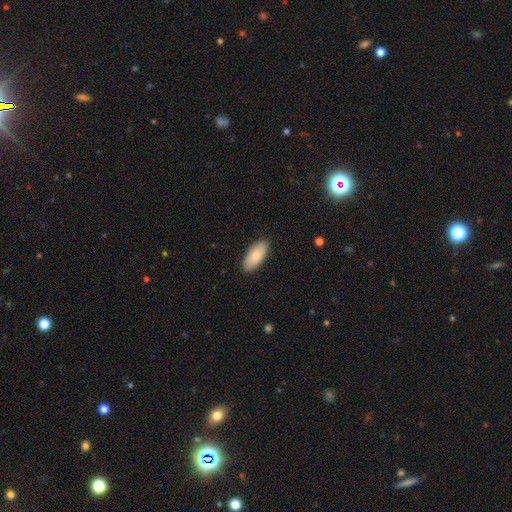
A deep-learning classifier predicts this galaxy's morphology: smooth 83%, featured or disk 12%, star or artifact 6%. Down the decision tree: how rounded — in between (89%); merging — none (89%).